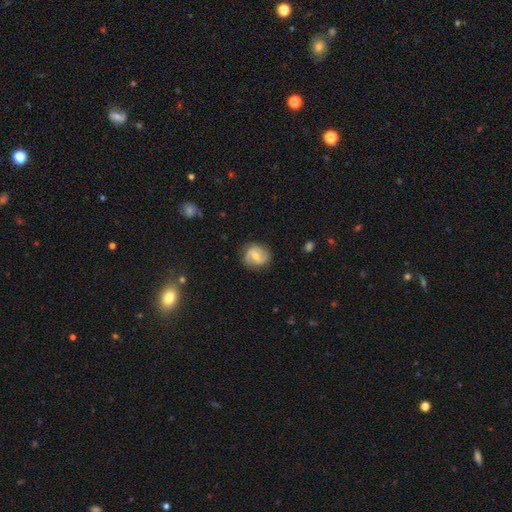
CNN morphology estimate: The model was most divided on "bulge size": moderate: 53%, small: 41%, none: 3%, large: 2%, dominant: 1%. Remaining: edge-on disk — no (98%); spiral arms — yes (90%); spiral arm count — 2 (86%); merging — none (81%); smooth or featured — featured or disk (69%); bar — weak (51%); spiral winding — medium (46%).